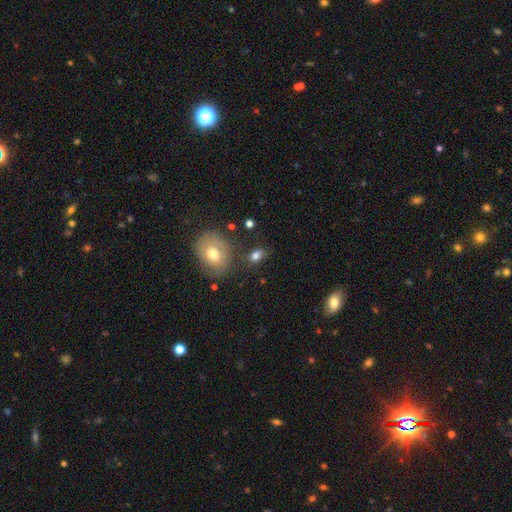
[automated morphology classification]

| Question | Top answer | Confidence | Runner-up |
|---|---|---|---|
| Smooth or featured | smooth | 80% | star or artifact (10%) |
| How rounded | in between | 78% | round (19%) |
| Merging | none | 71% | minor disturbance (16%) |